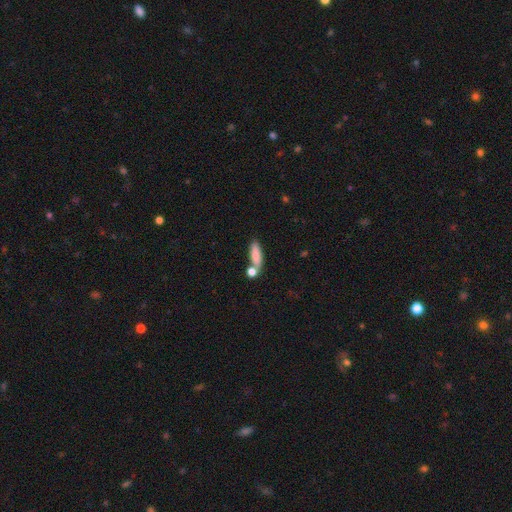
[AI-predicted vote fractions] smooth-or-featured: smooth: 81% | featured or disk: 12% | star or artifact: 7%
  how-rounded: in between: 48% | cigar-shaped: 47% | round: 4%
  merging: none: 56% | merger: 25% | minor disturbance: 14% | major disturbance: 5%